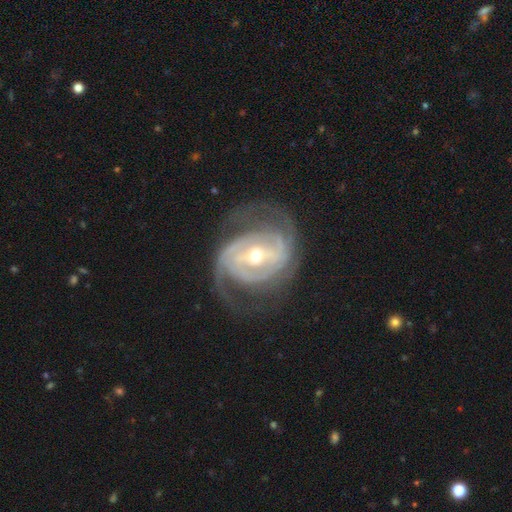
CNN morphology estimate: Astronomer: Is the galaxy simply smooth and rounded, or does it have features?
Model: featured or disk — 90%.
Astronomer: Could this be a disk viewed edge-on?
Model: no — 97%.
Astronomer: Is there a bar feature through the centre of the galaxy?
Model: weak — 40% (runner-up: strong, 39%).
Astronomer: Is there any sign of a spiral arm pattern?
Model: yes — 96%.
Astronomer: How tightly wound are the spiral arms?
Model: tight — 47% (runner-up: medium, 40%).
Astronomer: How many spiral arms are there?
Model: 2 — 58%.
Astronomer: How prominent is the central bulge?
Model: moderate — 61%.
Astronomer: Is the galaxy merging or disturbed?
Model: none — 67%.